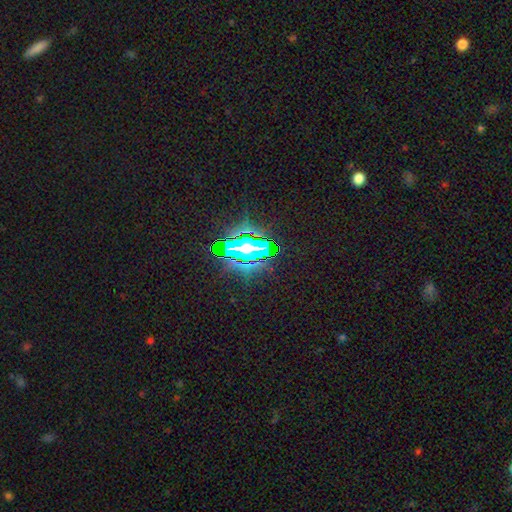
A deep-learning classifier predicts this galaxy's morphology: This is likely a star or artifact rather than a galaxy (74%).